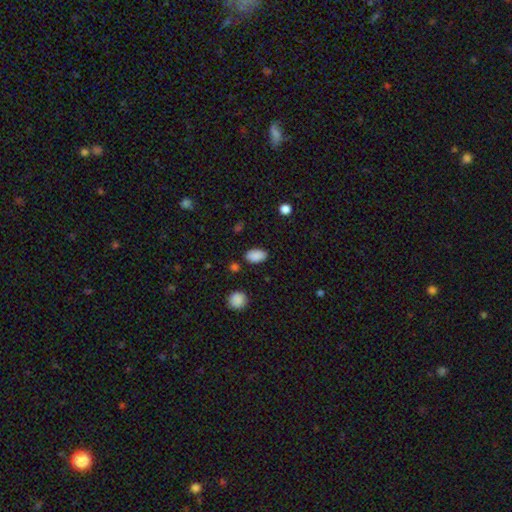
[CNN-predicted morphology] Smooth or featured: smooth — 87% (star or artifact — 9%)
How rounded: in between — 90% (round — 8%)
Merging: none — 84% (minor disturbance — 11%)